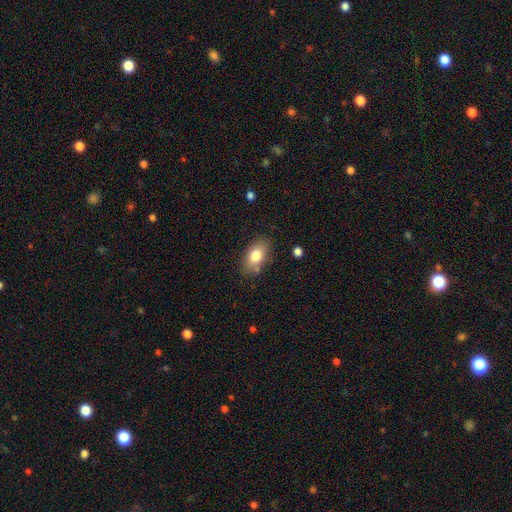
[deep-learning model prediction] smooth_or_featured: smooth (p=0.79) [alt: featured or disk p=0.13]
how_rounded: in between (p=0.89) [alt: round p=0.08]
merging: none (p=0.78) [alt: minor disturbance p=0.15]